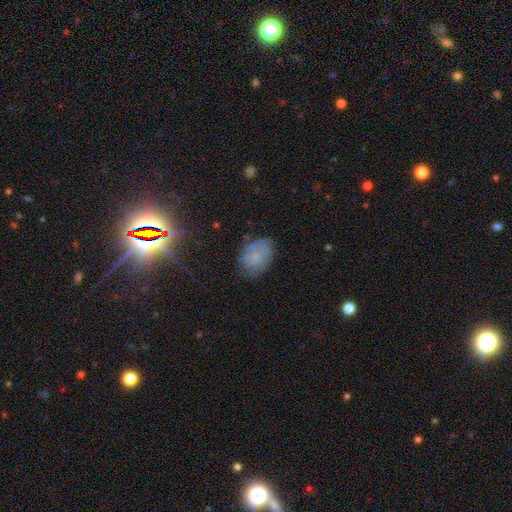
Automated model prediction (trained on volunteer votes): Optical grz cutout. It shows a smooth galaxy with no disk features (58%) that is in between round and cigar-shaped (81%). Merging: none (66%).